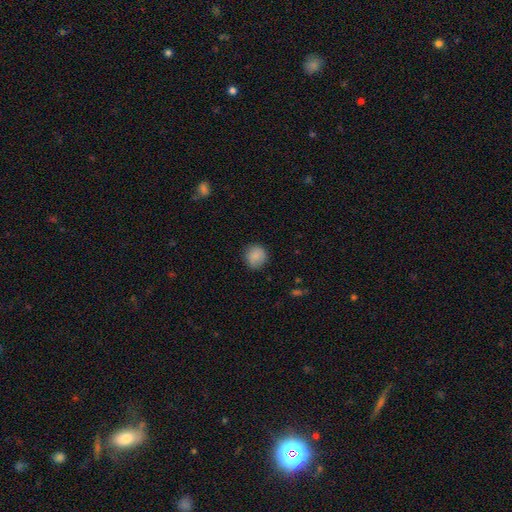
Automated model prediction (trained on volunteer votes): A smooth galaxy with no disk features (87%) that is round (87%).

Vote fractions:
- Smooth or featured? smooth: 87% / star or artifact: 8% / featured or disk: 5%
- How rounded? round: 87% / in between: 12% / cigar-shaped: 1%
- Merging? none: 84% / minor disturbance: 12% / major disturbance: 3% / merger: 1%